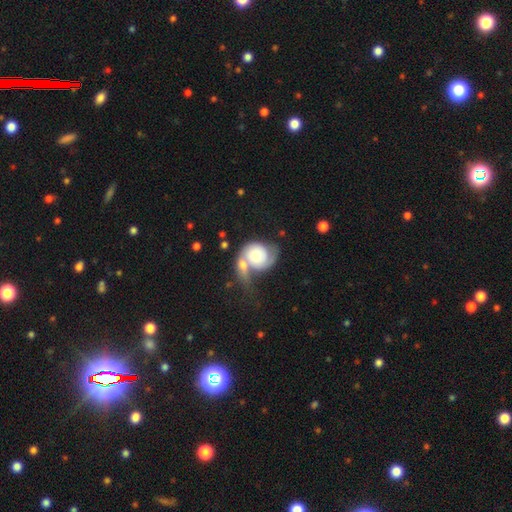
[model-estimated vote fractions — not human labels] The model was most divided on "bulge size": moderate: 36%, small: 25%, large: 25%, dominant: 8%, none: 7%. Remaining: edge-on disk — no (97%); bar — no (81%); spiral arms — yes (78%); smooth or featured — featured or disk (56%); merging — merger (47%).